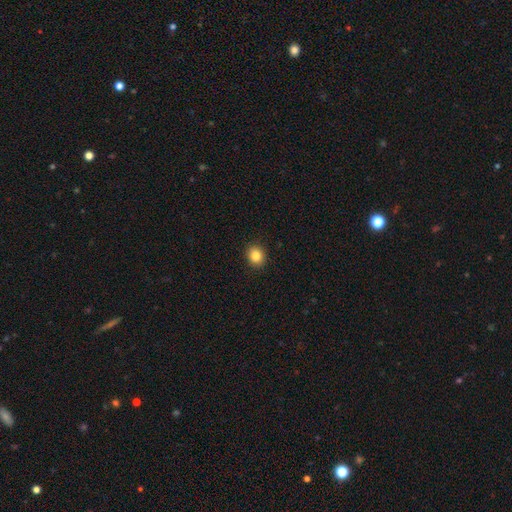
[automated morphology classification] smooth 86%, star or artifact 10%, featured or disk 4%. Down the decision tree: how rounded — round (73%); merging — none (91%).